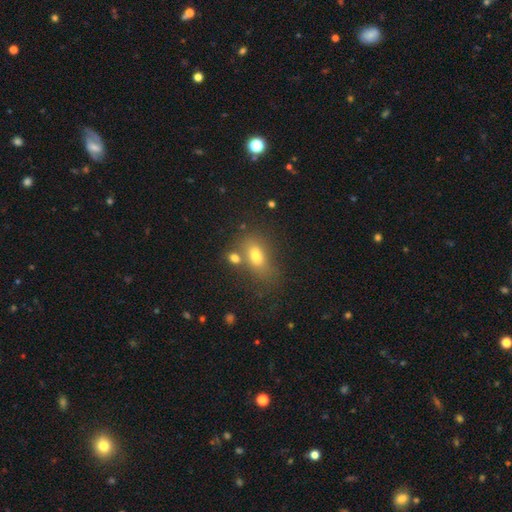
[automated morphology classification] Smooth or featured? smooth (70%)
How rounded? in between (79%)
Merging? none (56%)